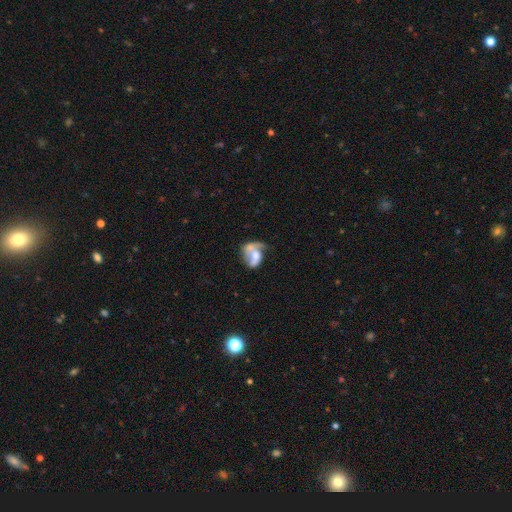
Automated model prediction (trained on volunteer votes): Smooth or featured? featured or disk (57%)
Edge-on disk? no (97%)
Bar? no (73%)
Spiral arms? yes (56%)
Bulge size? moderate (46%)
Merging? merger (36%)